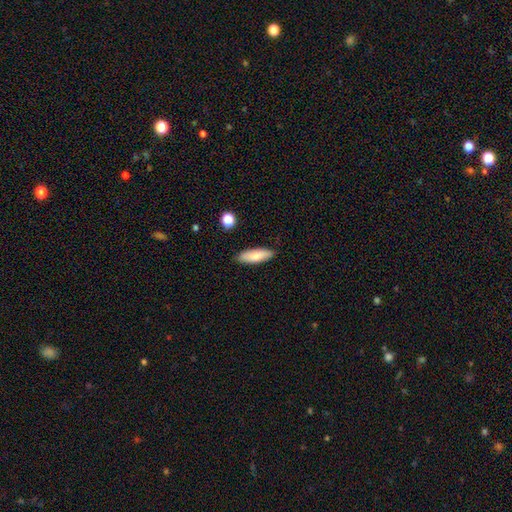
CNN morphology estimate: Smooth or featured? Predicted: smooth (p=0.80). How rounded? Predicted: in between (p=0.57). Merging? Predicted: none (p=0.87).